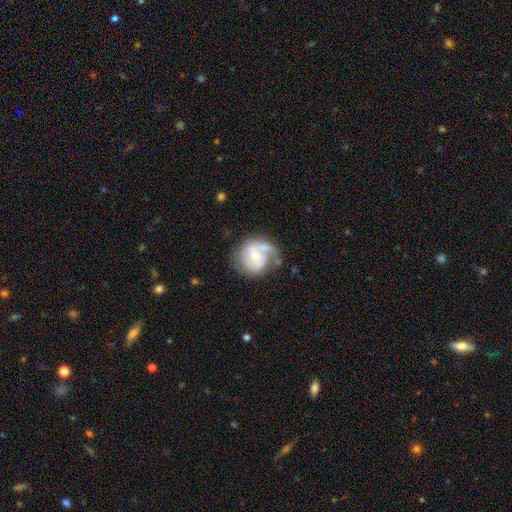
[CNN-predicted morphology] A featured or disk galaxy (71%) with no bar (54%), 2 (46%) medium (43%) spiral arms (87%) and a small central bulge (49%). Merging: none (51%).